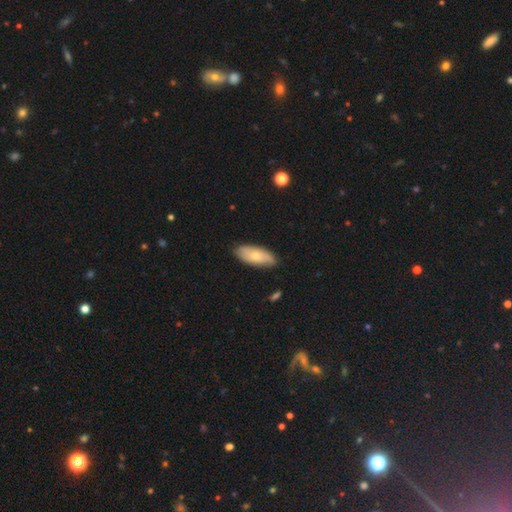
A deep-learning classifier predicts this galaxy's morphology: smooth_or_featured: smooth (p=0.68) [alt: featured or disk p=0.26]
how_rounded: in between (p=0.83) [alt: cigar-shaped p=0.15]
merging: none (p=0.80) [alt: minor disturbance p=0.16]